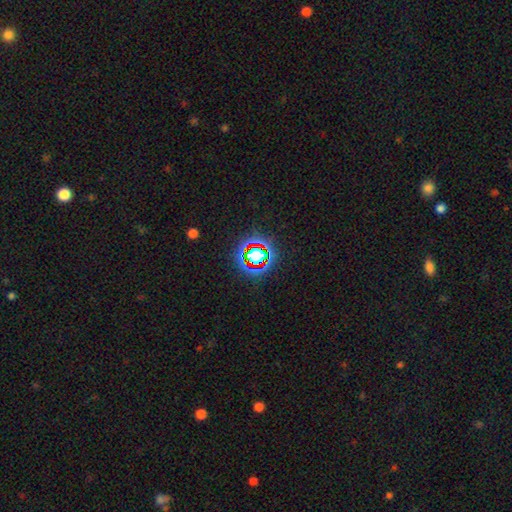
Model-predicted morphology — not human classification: smooth-or-featured: star or artifact: 67% | smooth: 21% | featured or disk: 12%